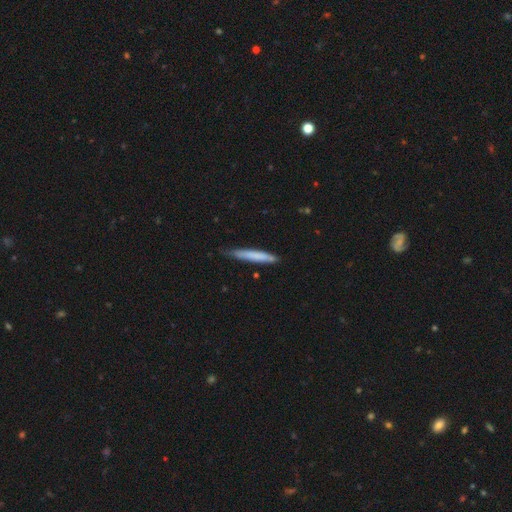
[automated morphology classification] A smooth galaxy with no disk features (71%) that is cigar-shaped (94%).

Vote fractions:
- Smooth or featured? smooth: 71% / featured or disk: 23% / star or artifact: 6%
- How rounded? cigar-shaped: 94% / in between: 5% / round: 1%
- Merging? none: 70% / minor disturbance: 24% / major disturbance: 3% / merger: 2%